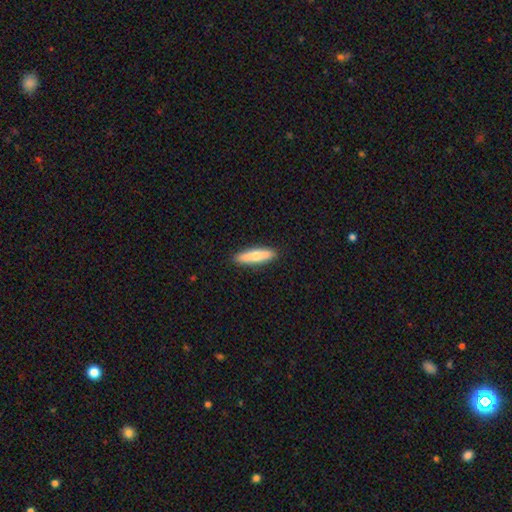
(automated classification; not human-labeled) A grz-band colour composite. It shows a smooth galaxy with no disk features (66%) that is cigar-shaped (77%). Merging: none (91%).